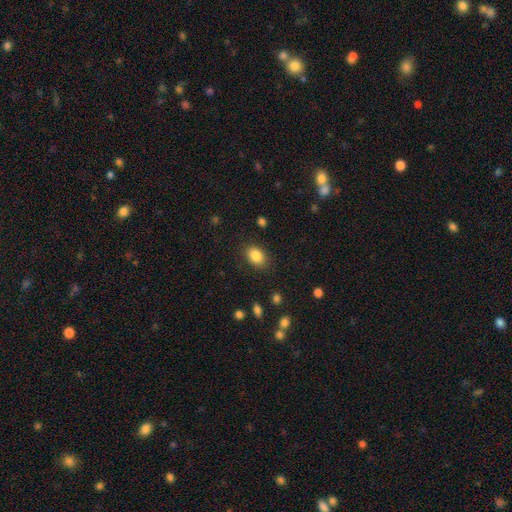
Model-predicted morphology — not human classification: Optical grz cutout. It shows a smooth galaxy with no disk features (85%) that is in between round and cigar-shaped (77%). Merging: none (85%).